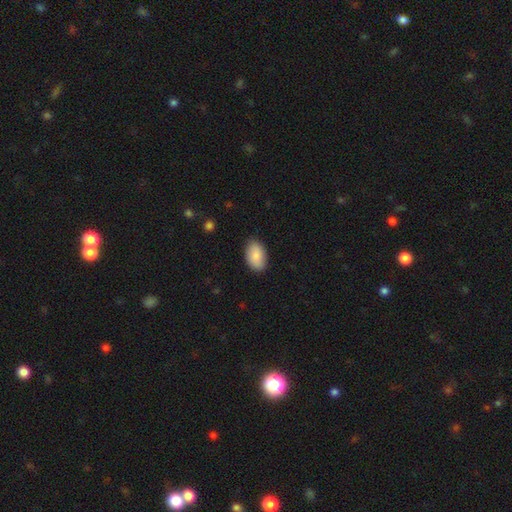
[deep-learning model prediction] smooth 88%, featured or disk 6%, star or artifact 6%. Down the decision tree: how rounded — in between (93%); merging — none (86%).